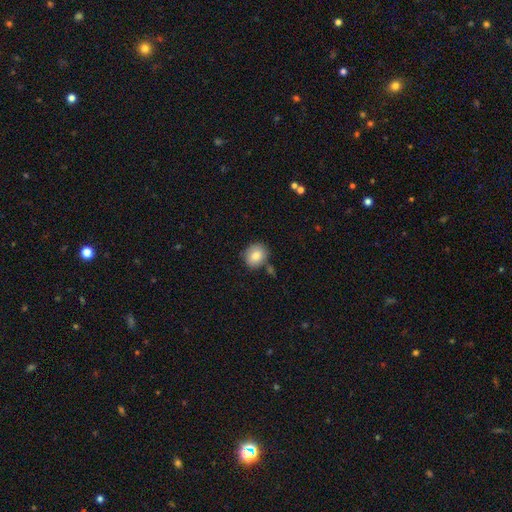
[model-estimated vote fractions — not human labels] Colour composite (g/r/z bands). It shows a smooth galaxy with no disk features (83%) that is round (70%). Merging: none (76%).